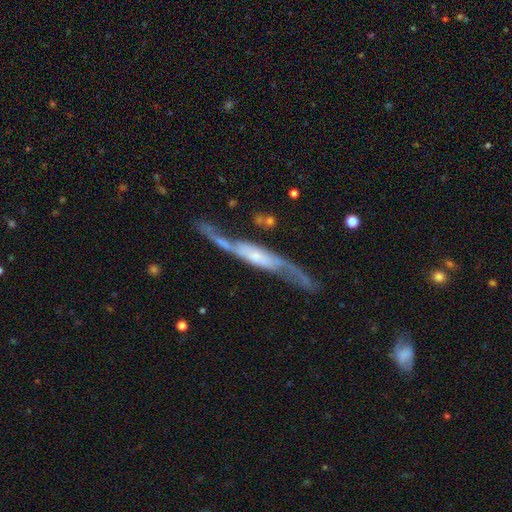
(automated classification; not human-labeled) Q: Smooth or featured?
A: featured or disk (85%); runner-up: smooth (10%)
Q: Edge-on disk?
A: no (55%); runner-up: yes (45%)
Q: Merging?
A: none (61%); runner-up: minor disturbance (19%)